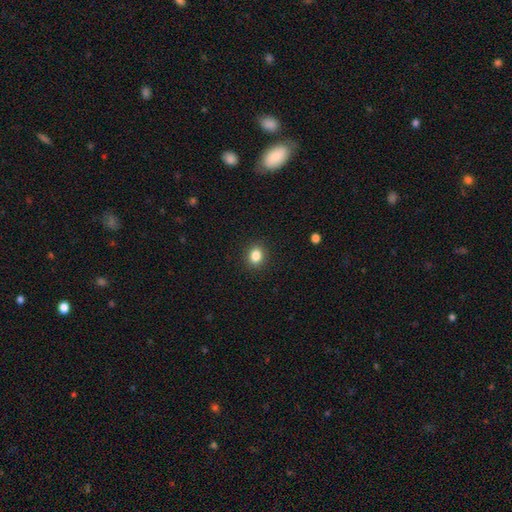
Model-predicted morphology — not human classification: This is clearly a smooth galaxy (84%). How rounded: possibly round (60%). Merging: clearly none (91%).